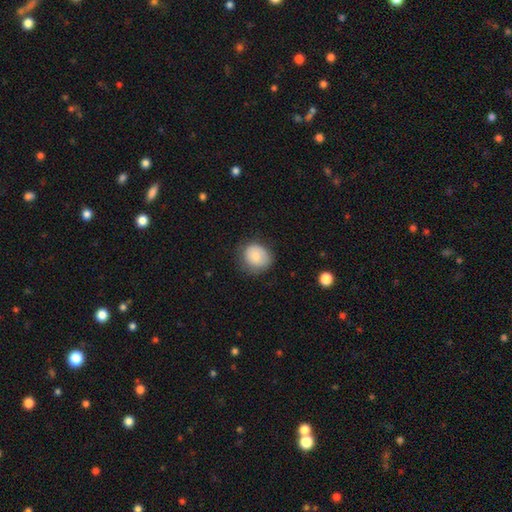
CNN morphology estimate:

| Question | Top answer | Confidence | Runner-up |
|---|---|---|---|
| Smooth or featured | smooth | 79% | featured or disk (14%) |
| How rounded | round | 79% | in between (20%) |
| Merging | none | 73% | minor disturbance (21%) |